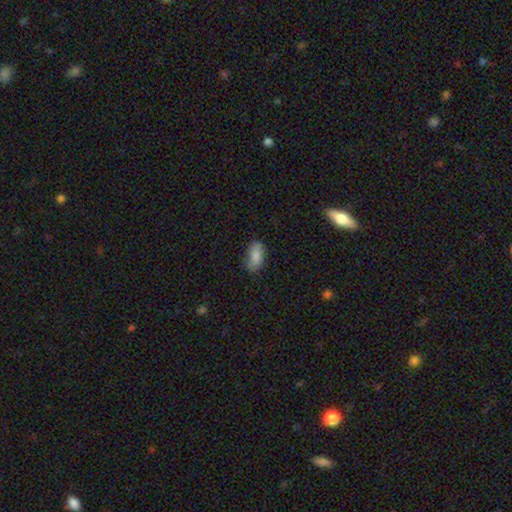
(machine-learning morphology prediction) The model was most divided on "merging": none: 76%, minor disturbance: 19%, major disturbance: 3%, merger: 1%. More confident: how rounded — in between (91%); smooth or featured — smooth (85%).